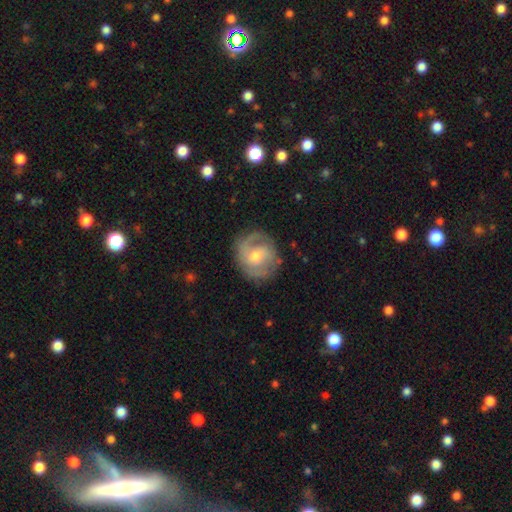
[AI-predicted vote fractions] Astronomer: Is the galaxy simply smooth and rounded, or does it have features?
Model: featured or disk — 72%.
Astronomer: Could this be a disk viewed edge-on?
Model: no — 97%.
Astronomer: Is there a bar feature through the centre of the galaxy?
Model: no — 53% (runner-up: weak, 39%).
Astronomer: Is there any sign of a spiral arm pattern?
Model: yes — 87%.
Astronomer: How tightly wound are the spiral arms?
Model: tight — 42%, tied with medium at 42%.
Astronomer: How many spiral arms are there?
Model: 2 — 57%.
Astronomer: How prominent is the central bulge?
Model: moderate — 53% (runner-up: small, 42%).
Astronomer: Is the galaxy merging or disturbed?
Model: none — 75%.